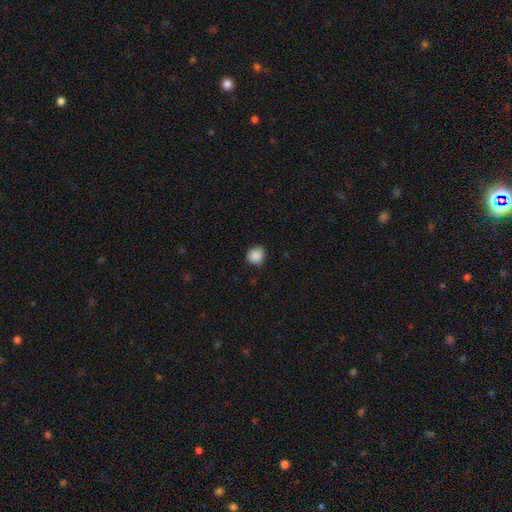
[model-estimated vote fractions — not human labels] A smooth galaxy with no disk features (88%) that is round (89%). Merging: none (84%).